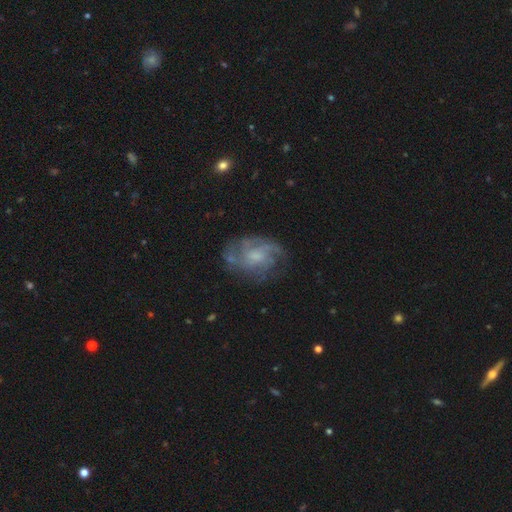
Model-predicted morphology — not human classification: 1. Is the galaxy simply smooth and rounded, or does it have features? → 72% featured or disk, 19% smooth, 9% star or artifact.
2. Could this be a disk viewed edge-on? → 97% no, 3% yes.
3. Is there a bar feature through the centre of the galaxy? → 66% no, 30% weak, 4% strong.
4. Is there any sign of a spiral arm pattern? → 83% yes, 17% no.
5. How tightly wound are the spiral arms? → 42% medium, 37% tight, 21% loose.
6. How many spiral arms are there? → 38% can't tell, 21% 3, 15% 4, 14% 2, 6% more than 4, 5% 1.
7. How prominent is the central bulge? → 40% moderate, 35% small, 18% none, 6% large, 1% dominant.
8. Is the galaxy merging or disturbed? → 65% none, 20% minor disturbance, 14% major disturbance, 2% merger.